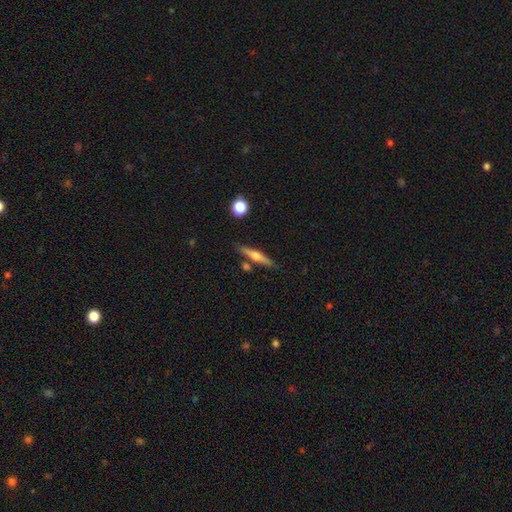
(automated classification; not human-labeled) A featured or disk galaxy (55%) viewed edge-on (96%) with a rounded central bulge (85%).

Vote fractions:
- Smooth or featured? featured or disk: 55% / smooth: 39% / star or artifact: 6%
- Edge-on disk? yes: 96% / no: 4%
- Edge-on bulge? rounded: 85% / boxy: 8% / none: 7%
- Merging? none: 80% / minor disturbance: 11% / merger: 7% / major disturbance: 2%